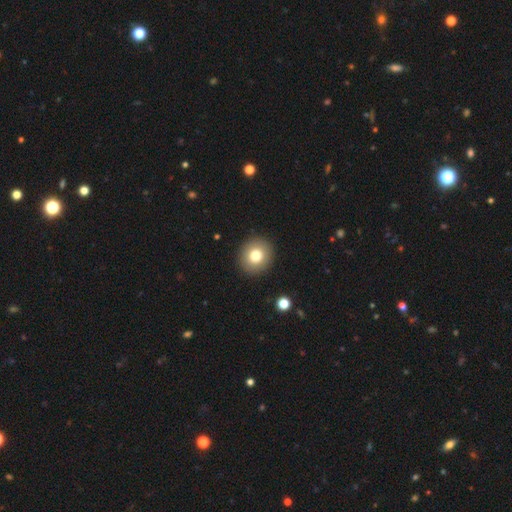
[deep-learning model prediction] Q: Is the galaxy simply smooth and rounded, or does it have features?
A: smooth — 78%.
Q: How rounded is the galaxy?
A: round — 88%.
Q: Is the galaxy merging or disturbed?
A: none — 92%.